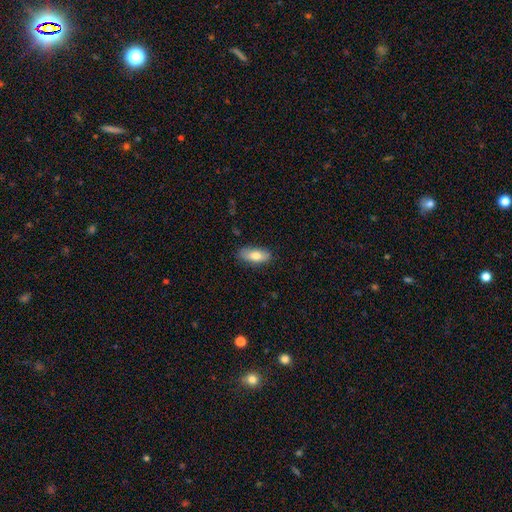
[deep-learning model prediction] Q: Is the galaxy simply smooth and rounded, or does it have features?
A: smooth — 77%.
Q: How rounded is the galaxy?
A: in between — 80%.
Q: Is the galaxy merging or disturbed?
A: none — 84%.